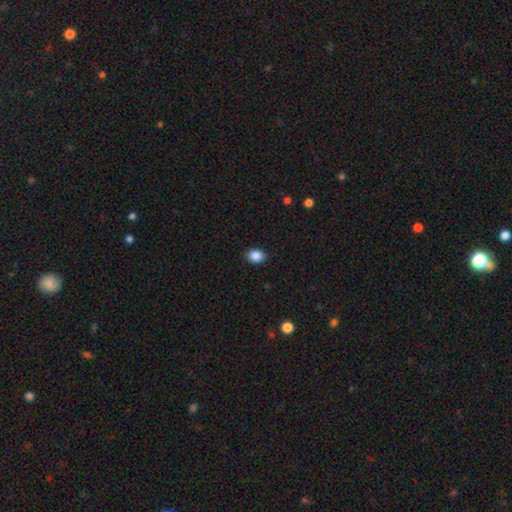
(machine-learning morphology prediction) Smooth or featured? smooth (87%)
How rounded? in between (60%)
Merging? none (87%)